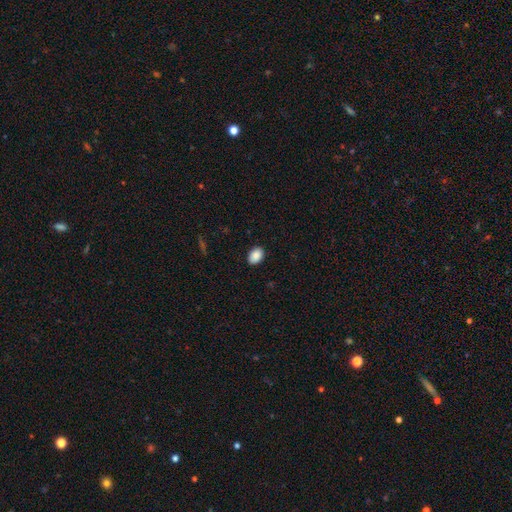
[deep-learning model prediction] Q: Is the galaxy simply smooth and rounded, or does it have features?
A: smooth — 90%.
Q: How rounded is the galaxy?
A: in between — 80%.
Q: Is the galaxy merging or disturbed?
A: none — 89%.